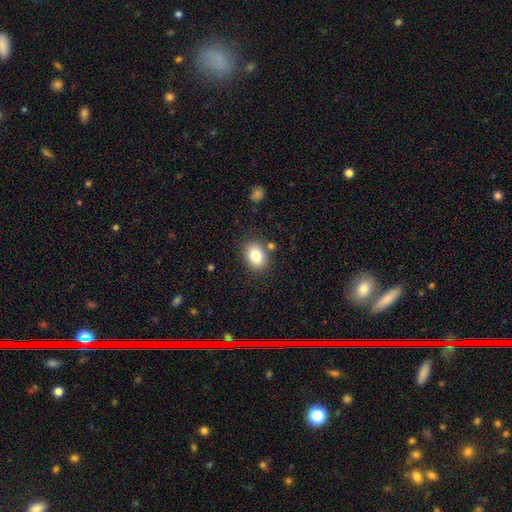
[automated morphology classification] Overall: smooth (82%). How rounded: in between (71%). Merging: none (81%).